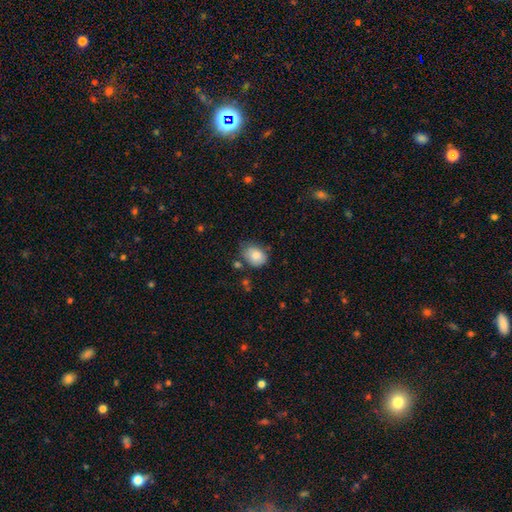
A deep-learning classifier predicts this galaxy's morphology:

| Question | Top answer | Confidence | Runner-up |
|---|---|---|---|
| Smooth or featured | smooth | 81% | featured or disk (10%) |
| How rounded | in between | 64% | round (35%) |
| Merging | none | 60% | minor disturbance (29%) |